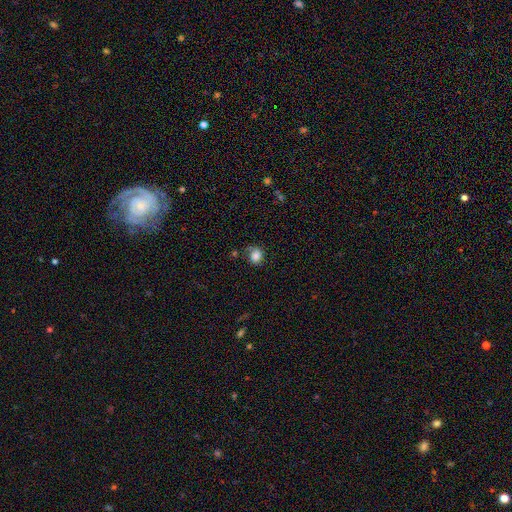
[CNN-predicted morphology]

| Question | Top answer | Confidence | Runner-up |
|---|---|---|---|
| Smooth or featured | smooth | 84% | star or artifact (10%) |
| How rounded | round | 73% | in between (26%) |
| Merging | none | 69% | minor disturbance (20%) |